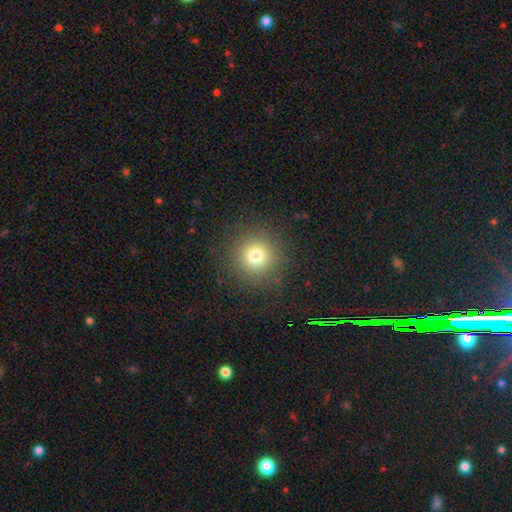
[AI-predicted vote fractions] The model was most divided on "smooth or featured": smooth: 75%, star or artifact: 16%, featured or disk: 9%. More confident: how rounded — round (95%); merging — none (88%).